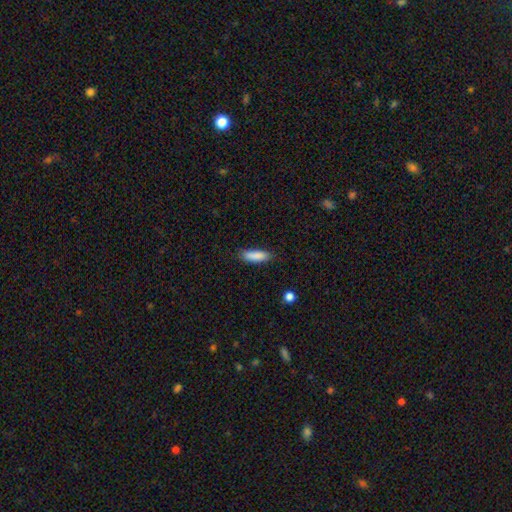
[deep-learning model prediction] Smooth or featured? smooth (87%)
How rounded? cigar-shaped (52%)
Merging? none (82%)